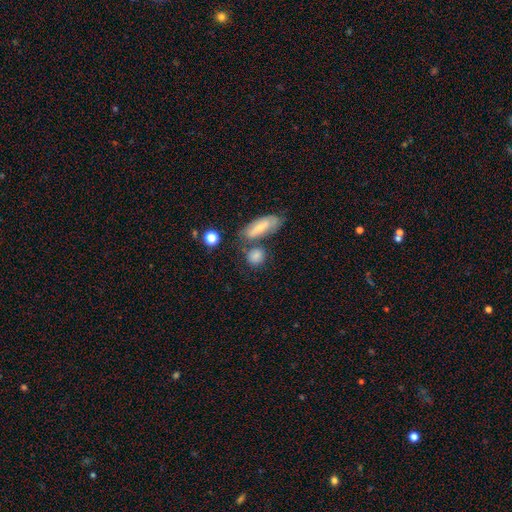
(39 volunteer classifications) Smooth or featured: smooth — 82% (featured or disk — 15%)
How rounded: round — 66% (in between — 34%)
Merging: none — 66% (minor disturbance — 13%)